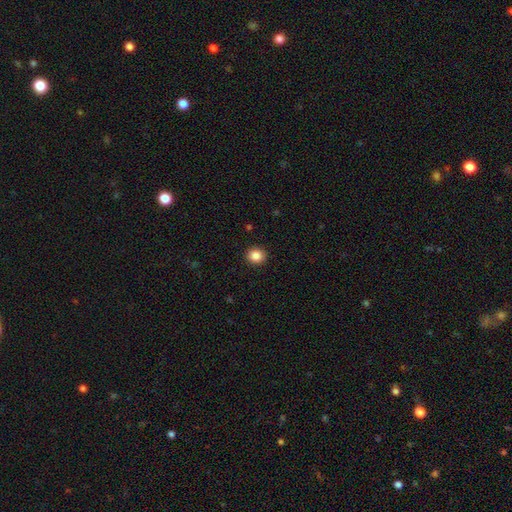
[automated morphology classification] Smooth or featured? smooth (86%)
How rounded? round (80%)
Merging? none (92%)